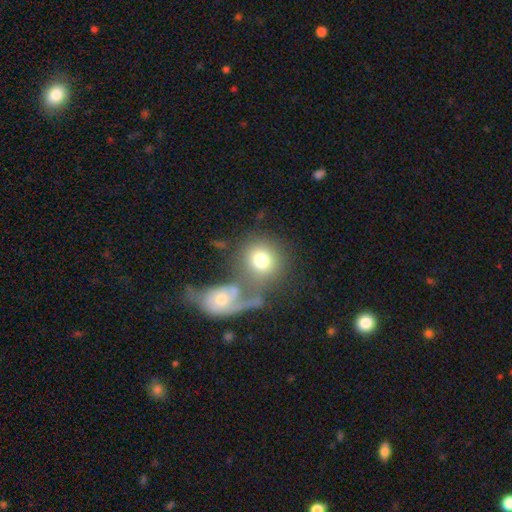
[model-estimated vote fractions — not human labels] Smooth or featured? smooth (68%)
How rounded? round (79%)
Merging? merger (48%)